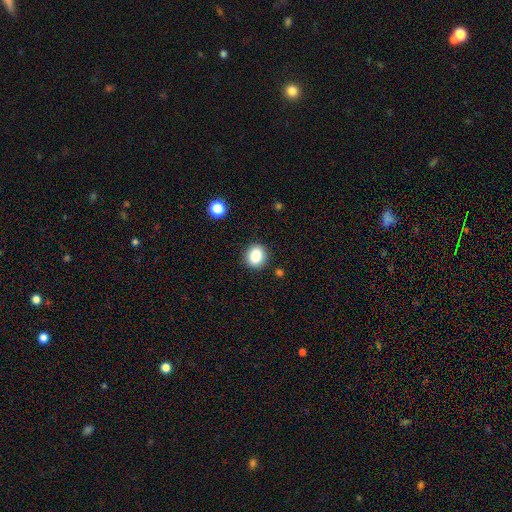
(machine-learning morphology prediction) Smooth or featured? Predicted: smooth (p=0.85). How rounded? Predicted: round (p=0.69). Merging? Predicted: none (p=0.88).